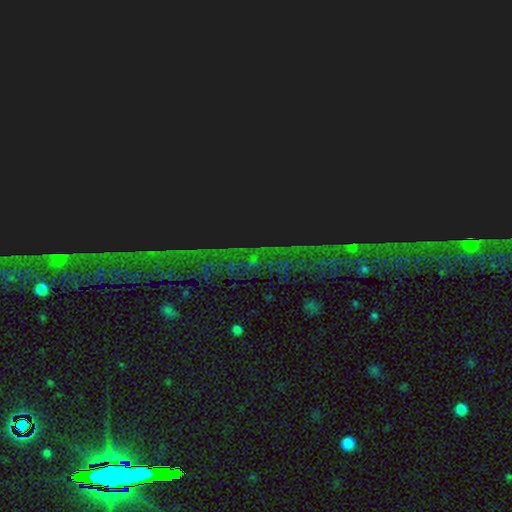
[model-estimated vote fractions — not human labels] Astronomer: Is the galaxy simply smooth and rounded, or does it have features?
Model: star or artifact — 84%.